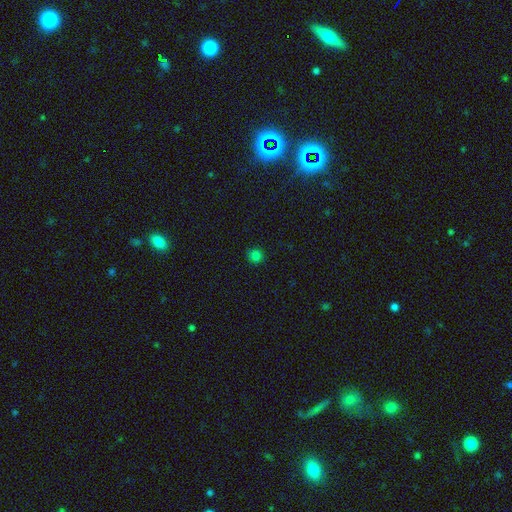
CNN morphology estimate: This is likely a smooth galaxy (80%). How rounded: clearly round (93%). Merging: clearly none (90%).